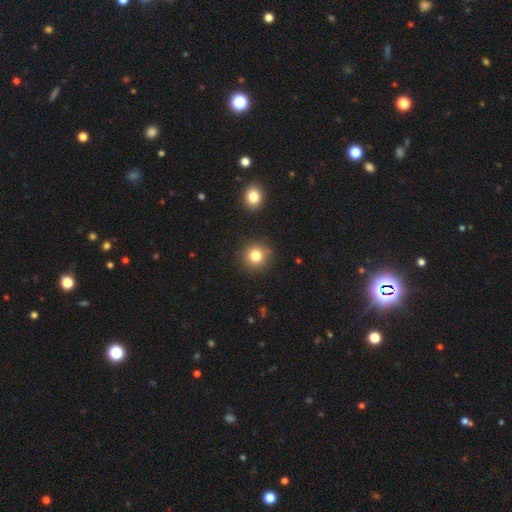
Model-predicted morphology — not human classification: Smooth or featured?
  - smooth: 81% *
  - star or artifact: 12%
  - featured or disk: 7%
How rounded?
  - round: 92% *
  - in between: 7%
  - cigar-shaped: 1%
Merging?
  - none: 87% *
  - minor disturbance: 7%
  - merger: 3%
  - major disturbance: 2%